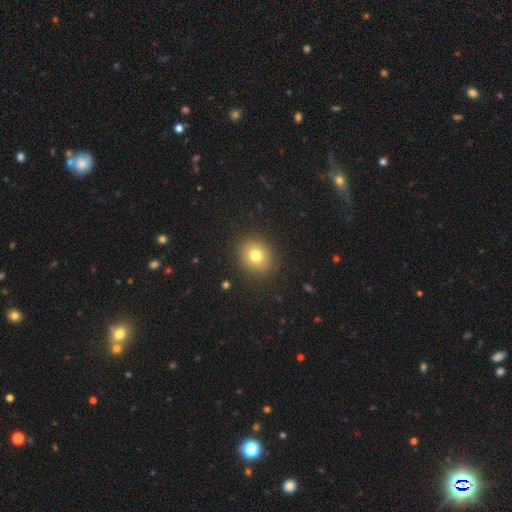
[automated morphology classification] A smooth galaxy with no disk features (77%) that is round (79%).

Vote fractions:
- Smooth or featured? smooth: 77% / star or artifact: 12% / featured or disk: 11%
- How rounded? round: 79% / in between: 20% / cigar-shaped: 1%
- Merging? none: 90% / minor disturbance: 7% / major disturbance: 3% / merger: 1%